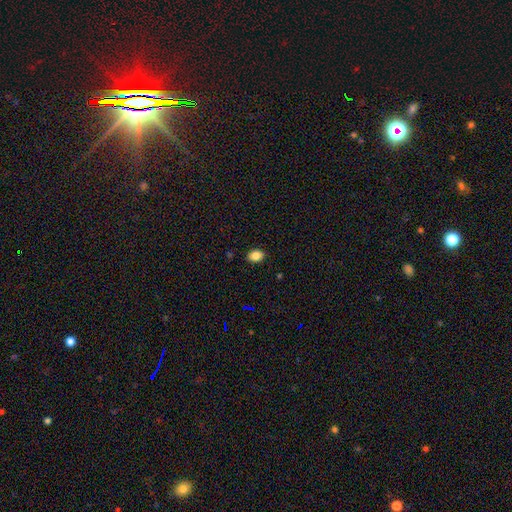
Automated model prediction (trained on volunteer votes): A smooth galaxy with no disk features (86%) that is in between round and cigar-shaped (72%).

Vote fractions:
- Smooth or featured? smooth: 86% / star or artifact: 10% / featured or disk: 5%
- How rounded? in between: 72% / round: 27% / cigar-shaped: 1%
- Merging? none: 89% / minor disturbance: 8% / major disturbance: 2% / merger: 1%